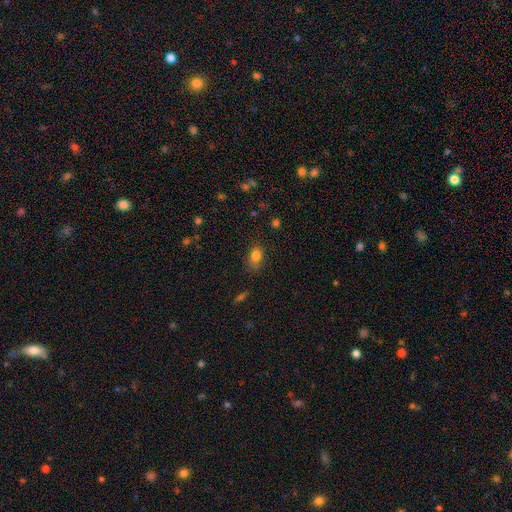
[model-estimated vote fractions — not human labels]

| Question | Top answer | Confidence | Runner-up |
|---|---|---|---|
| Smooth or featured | smooth | 81% | star or artifact (12%) |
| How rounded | in between | 65% | round (33%) |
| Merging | none | 65% | minor disturbance (25%) |